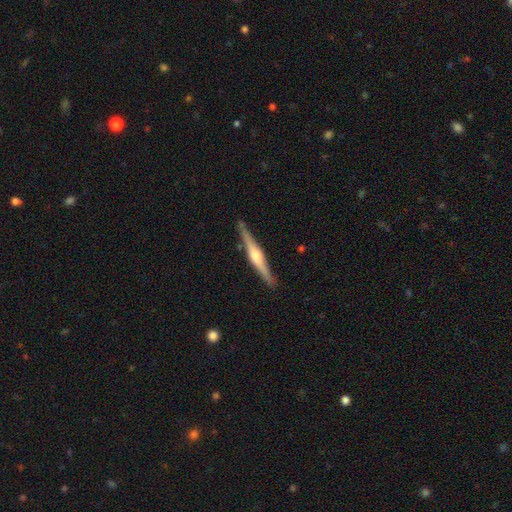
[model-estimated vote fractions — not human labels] The model was most divided on "smooth or featured": featured or disk: 78%, smooth: 17%, star or artifact: 5%. More confident: edge-on disk — yes (98%); merging — none (88%); edge-on bulge — rounded (83%).